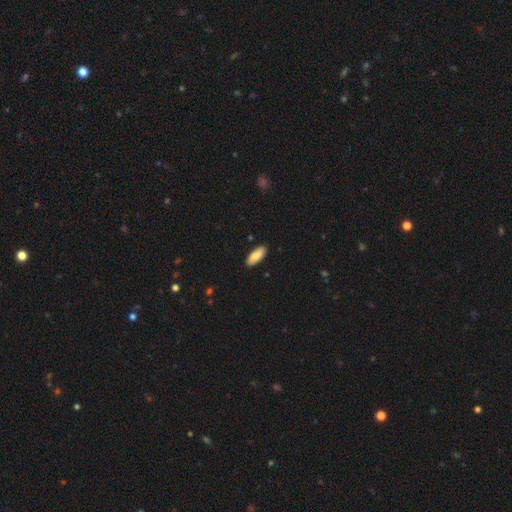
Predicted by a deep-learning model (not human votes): Smooth or featured? smooth (85%)
How rounded? in between (80%)
Merging? none (89%)